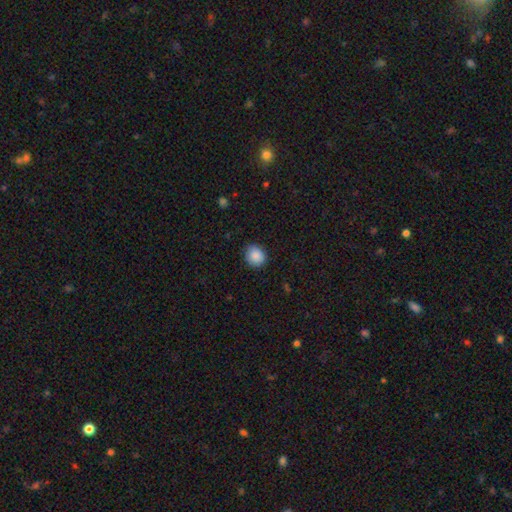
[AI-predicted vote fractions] Smooth or featured: smooth — 88% (star or artifact — 8%)
How rounded: round — 75% (in between — 24%)
Merging: none — 84% (minor disturbance — 12%)